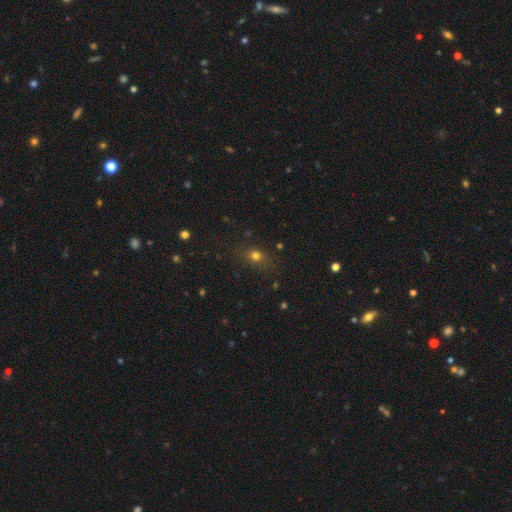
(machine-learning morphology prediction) This appears to be a smooth galaxy with no disk features (70%) that is round (52%). Merging: none (79%).